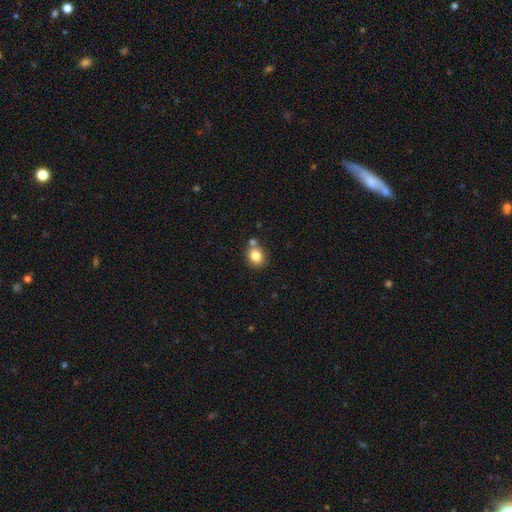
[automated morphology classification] smooth 82%, star or artifact 10%, featured or disk 8%. Down the decision tree: how rounded — round (66%); merging — none (65%).